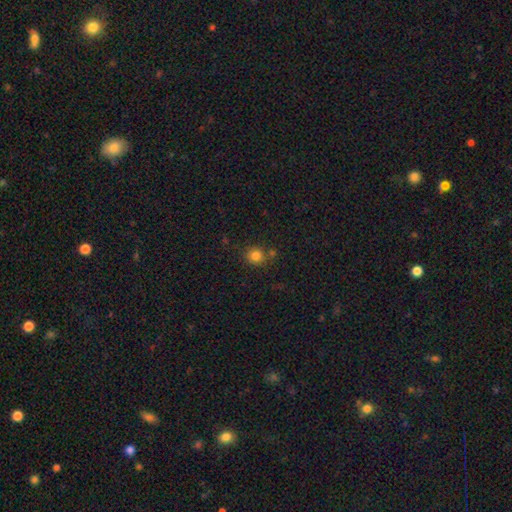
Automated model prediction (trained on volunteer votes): A smooth galaxy with no disk features (82%) that is round (89%). Merging: none (76%).